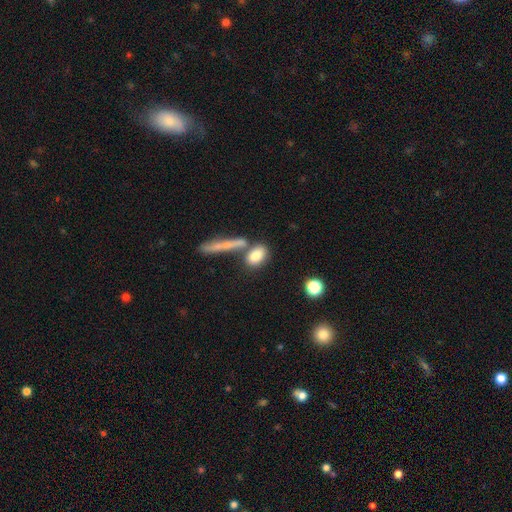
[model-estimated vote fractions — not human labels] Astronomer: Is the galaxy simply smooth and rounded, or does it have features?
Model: smooth — 81%.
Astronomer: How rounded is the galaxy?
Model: in between — 75%.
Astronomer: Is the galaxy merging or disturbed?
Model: none — 58%.